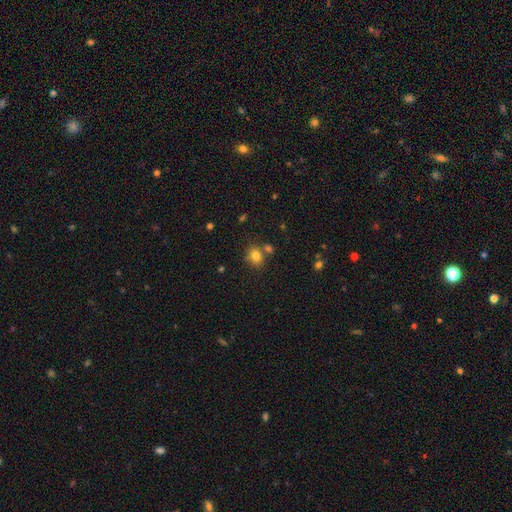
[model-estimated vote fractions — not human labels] Smooth or featured? Predicted: smooth (p=0.79). How rounded? Predicted: round (p=0.59). Merging? Predicted: none (p=0.68).